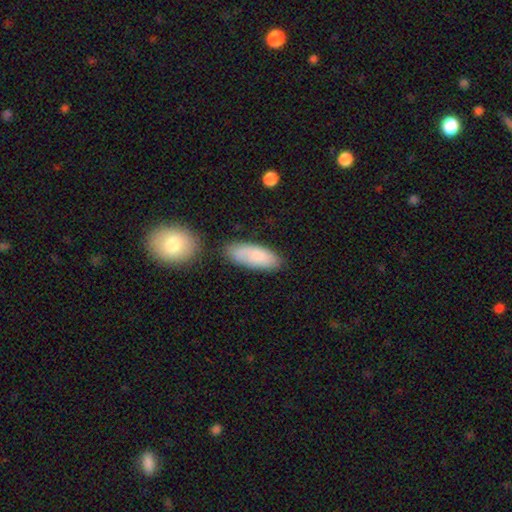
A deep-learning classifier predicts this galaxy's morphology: The model was most divided on "merging": none: 66%, minor disturbance: 19%, merger: 10%, major disturbance: 4%. More confident: how rounded — in between (80%); smooth or featured — smooth (79%).